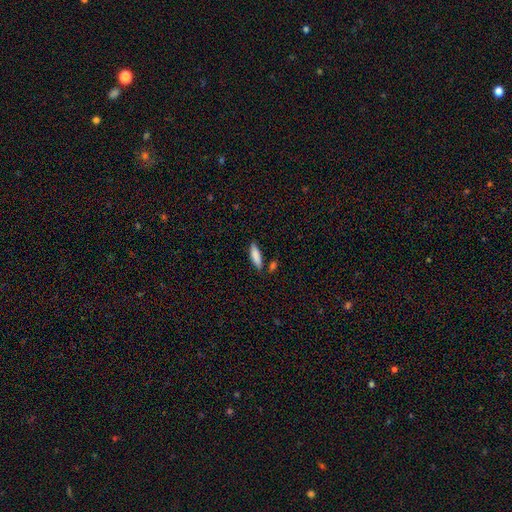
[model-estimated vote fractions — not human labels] smooth-or-featured: smooth: 86% | featured or disk: 8% | star or artifact: 6%
  how-rounded: cigar-shaped: 51% | in between: 47% | round: 2%
  merging: none: 75% | minor disturbance: 14% | merger: 8% | major disturbance: 3%